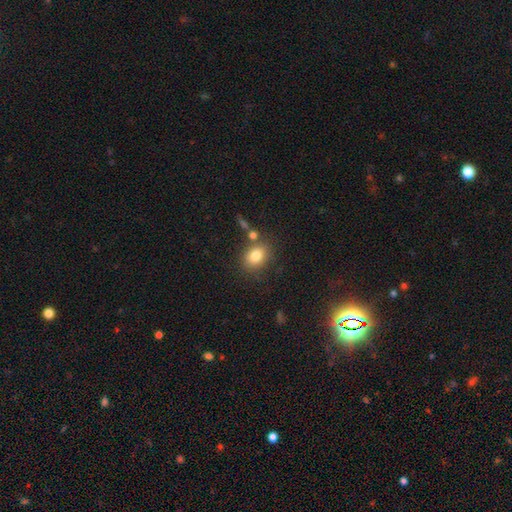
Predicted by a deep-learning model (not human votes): Q: Smooth or featured?
A: smooth (81%); runner-up: star or artifact (10%)
Q: How rounded?
A: in between (54%); runner-up: round (45%)
Q: Merging?
A: none (71%); runner-up: minor disturbance (13%)